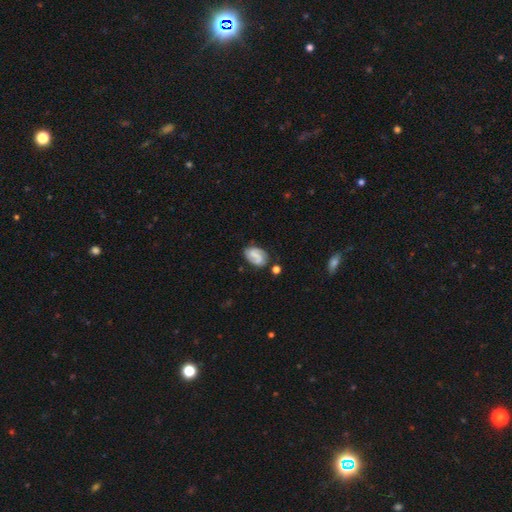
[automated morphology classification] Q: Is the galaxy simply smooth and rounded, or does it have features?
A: featured or disk — 60%.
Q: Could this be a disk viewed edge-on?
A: no — 97%.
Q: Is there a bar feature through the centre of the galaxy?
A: weak — 44%.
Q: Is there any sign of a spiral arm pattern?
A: yes — 88%.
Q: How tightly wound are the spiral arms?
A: medium — 42%.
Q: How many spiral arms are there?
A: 2 — 81%.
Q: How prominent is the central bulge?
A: none — 45%.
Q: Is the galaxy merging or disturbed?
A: none — 71%.